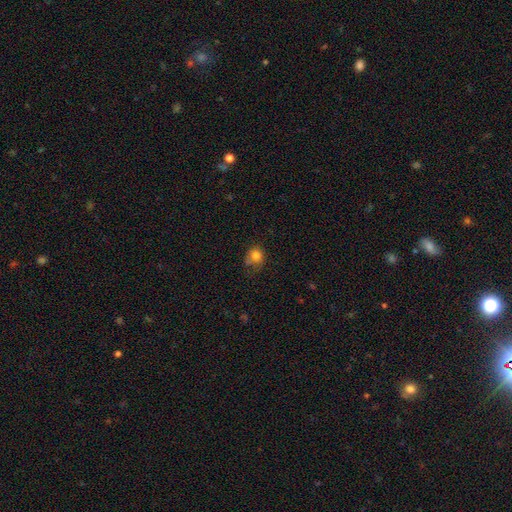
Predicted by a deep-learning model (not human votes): A smooth galaxy with no disk features (81%) that is round (77%).

Vote fractions:
- Smooth or featured? smooth: 81% / star or artifact: 11% / featured or disk: 8%
- How rounded? round: 77% / in between: 22% / cigar-shaped: 1%
- Merging? none: 58% / minor disturbance: 27% / major disturbance: 9% / merger: 6%